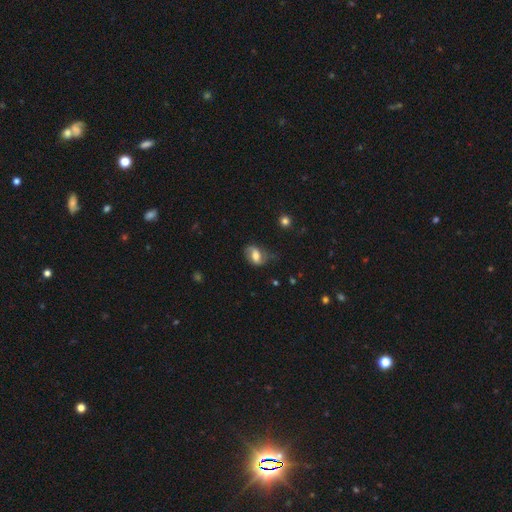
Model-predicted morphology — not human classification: Smooth or featured? Predicted: featured or disk (p=0.54). Edge-on disk? Predicted: no (p=0.95). Bar? Predicted: weak (p=0.44). Spiral arms? Predicted: yes (p=0.82). Bulge size? Predicted: moderate (p=0.52). Merging? Predicted: none (p=0.52).